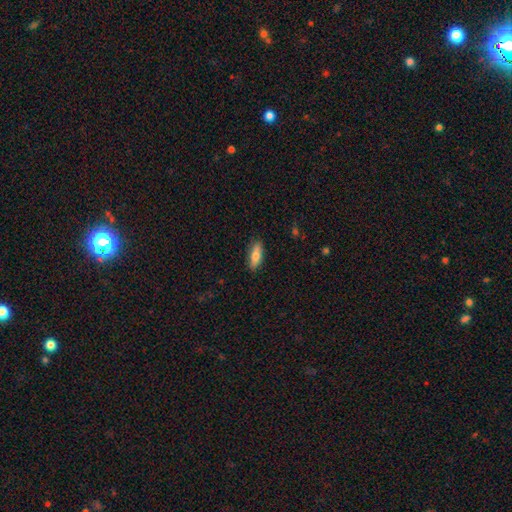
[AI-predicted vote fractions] Overall: smooth (74%). How rounded: in between (61%; cigar-shaped 36%). Merging: none (86%).